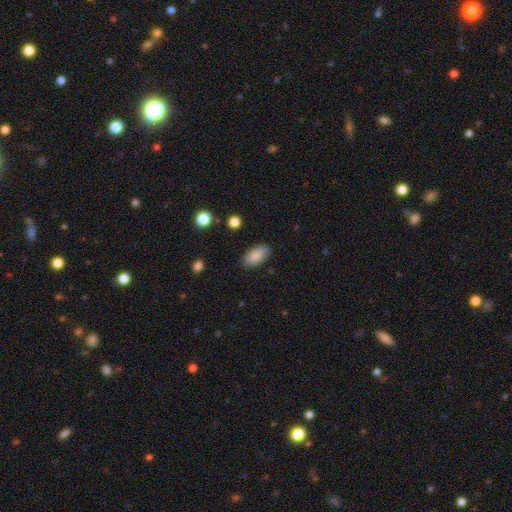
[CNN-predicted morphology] Smooth or featured: smooth — 87% (star or artifact — 7%)
How rounded: in between — 94% (round — 3%)
Merging: none — 85% (minor disturbance — 11%)